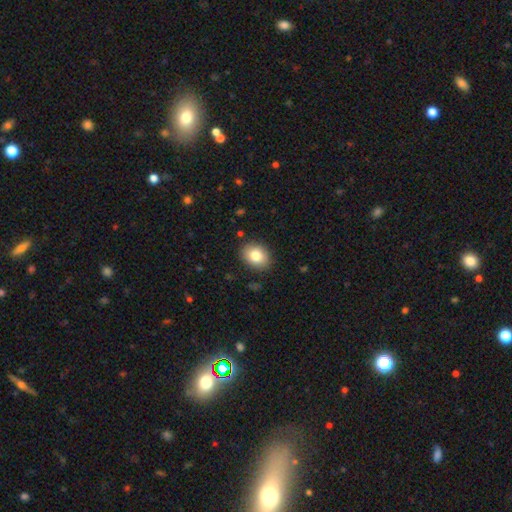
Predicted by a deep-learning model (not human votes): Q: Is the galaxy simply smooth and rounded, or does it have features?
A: smooth — 83%.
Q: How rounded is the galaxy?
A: in between — 60%.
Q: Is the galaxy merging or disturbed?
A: none — 87%.